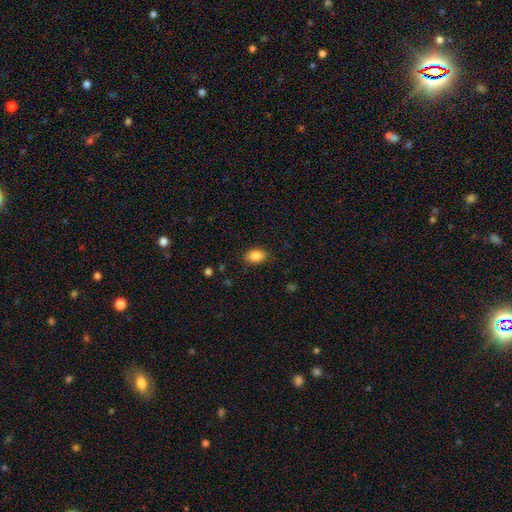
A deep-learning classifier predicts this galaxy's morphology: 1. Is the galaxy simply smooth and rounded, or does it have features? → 87% smooth, 8% star or artifact, 5% featured or disk.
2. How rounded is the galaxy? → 85% in between, 14% round, 1% cigar-shaped.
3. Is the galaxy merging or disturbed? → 85% none, 11% minor disturbance, 3% major disturbance, 1% merger.